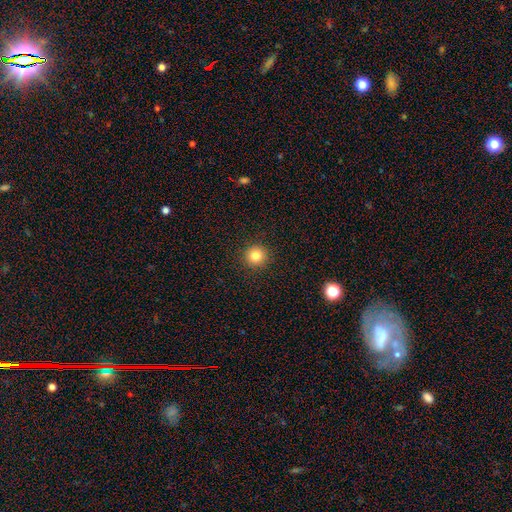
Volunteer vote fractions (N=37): This is clearly a smooth galaxy (86%). How rounded: clearly round (97%). Merging: clearly none (94%).